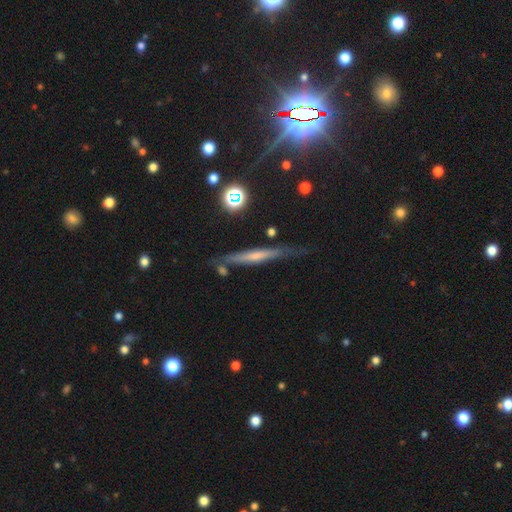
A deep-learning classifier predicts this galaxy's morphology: A featured or disk galaxy (56%) viewed edge-on (92%) with no central bulge (52%). Merging: none (71%).